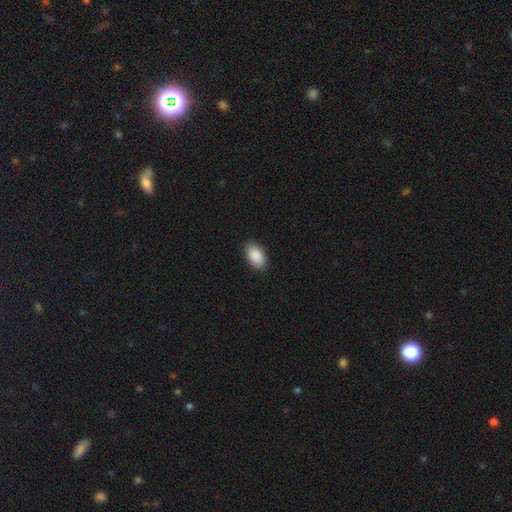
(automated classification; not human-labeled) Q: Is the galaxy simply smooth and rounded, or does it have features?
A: smooth — 90%.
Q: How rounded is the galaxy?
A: in between — 94%.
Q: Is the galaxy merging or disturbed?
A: none — 89%.